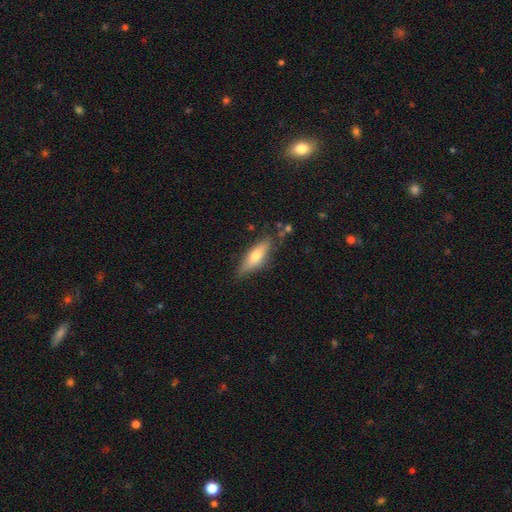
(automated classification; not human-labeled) Smooth or featured? Predicted: smooth (p=0.57). How rounded? Predicted: cigar-shaped (p=0.49). Merging? Predicted: none (p=0.73).